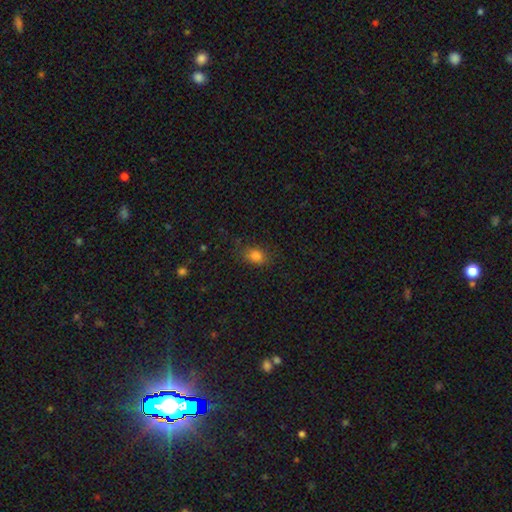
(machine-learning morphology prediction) Smooth or featured? Predicted: smooth (p=0.82). How rounded? Predicted: in between (p=0.70). Merging? Predicted: none (p=0.77).